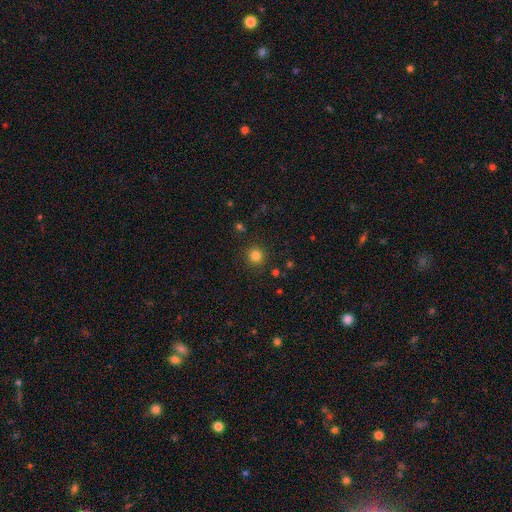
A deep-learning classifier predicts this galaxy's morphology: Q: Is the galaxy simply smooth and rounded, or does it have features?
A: smooth — 82%.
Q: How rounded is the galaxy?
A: round — 93%.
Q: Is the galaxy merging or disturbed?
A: none — 89%.